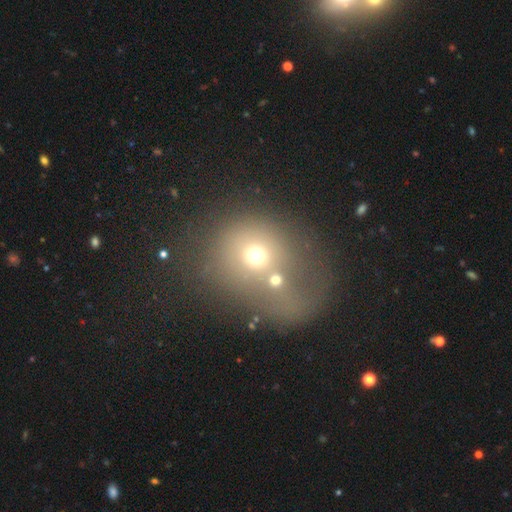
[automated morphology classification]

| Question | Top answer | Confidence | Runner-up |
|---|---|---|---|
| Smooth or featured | smooth | 59% | featured or disk (21%) |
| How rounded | round | 70% | in between (29%) |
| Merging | merger | 51% | none (23%) |